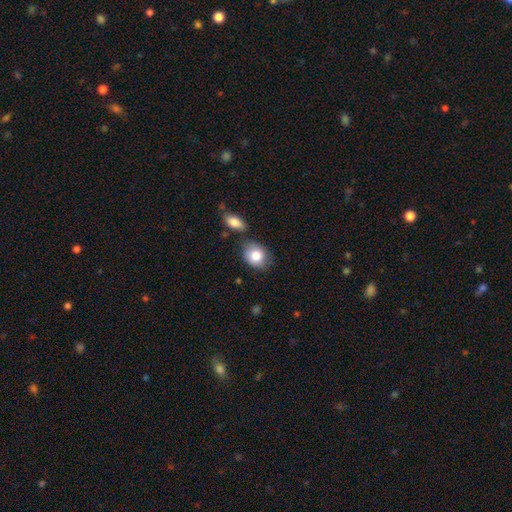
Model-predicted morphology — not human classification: Overall: smooth (81%). How rounded: in between (54%; round 45%). Merging: none (67%).